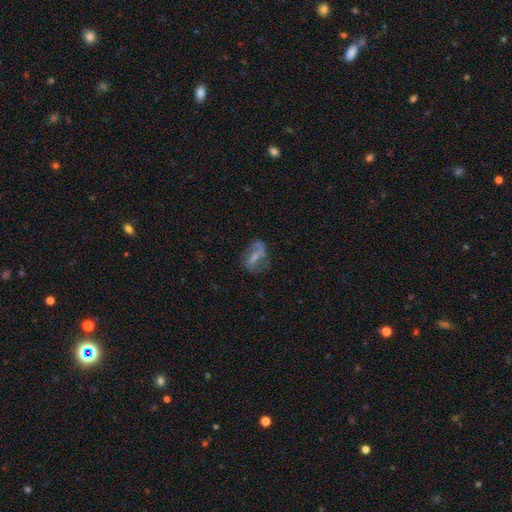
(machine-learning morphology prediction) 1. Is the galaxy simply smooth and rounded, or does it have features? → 62% featured or disk, 29% smooth, 9% star or artifact.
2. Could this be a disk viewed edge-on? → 95% no, 5% yes.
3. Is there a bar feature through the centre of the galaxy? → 42% weak, 32% strong, 26% no.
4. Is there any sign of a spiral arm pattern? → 76% yes, 24% no.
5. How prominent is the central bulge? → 43% small, 28% moderate, 24% none, 3% large, 1% dominant.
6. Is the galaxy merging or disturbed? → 58% none, 22% minor disturbance, 17% major disturbance, 3% merger.